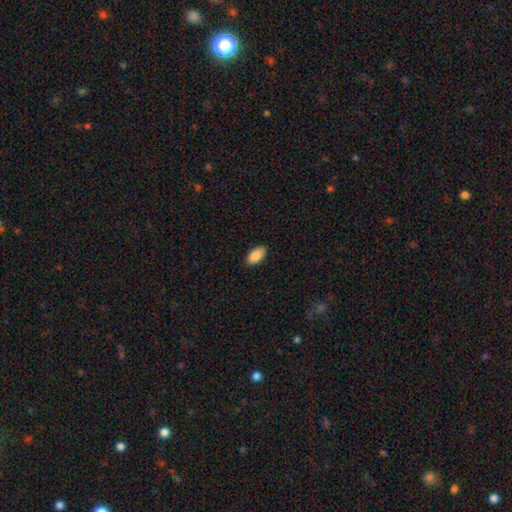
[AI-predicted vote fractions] This appears to be a smooth galaxy with no disk features (89%) that is in between round and cigar-shaped (95%). Merging: none (89%).